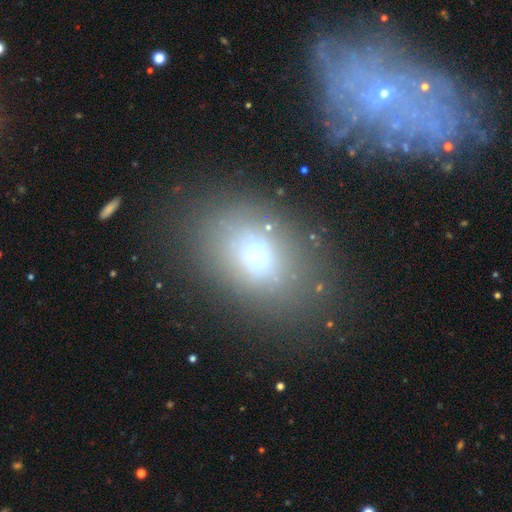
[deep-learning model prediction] A smooth galaxy with no disk features (66%) that is in between round and cigar-shaped (78%).

Vote fractions:
- Smooth or featured? smooth: 66% / featured or disk: 17% / star or artifact: 17%
- How rounded? in between: 78% / round: 20% / cigar-shaped: 2%
- Merging? none: 72% / minor disturbance: 16% / major disturbance: 8% / merger: 3%